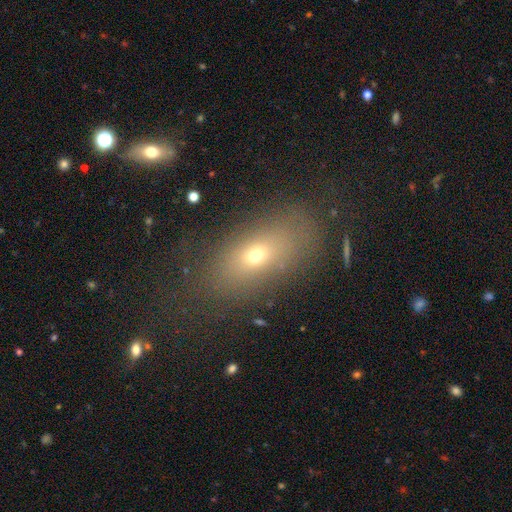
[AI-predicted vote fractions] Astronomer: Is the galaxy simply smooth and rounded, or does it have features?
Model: smooth — 63%.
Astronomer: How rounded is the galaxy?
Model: in between — 77%.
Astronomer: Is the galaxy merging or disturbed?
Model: none — 72%.